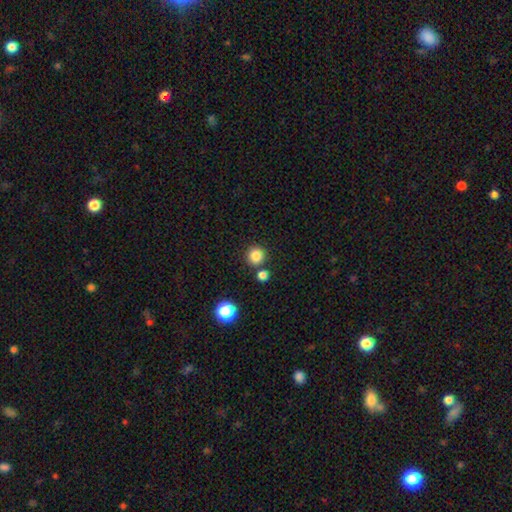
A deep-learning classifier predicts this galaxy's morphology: This appears to be a smooth galaxy with no disk features (84%) that is round (94%). Merging: none (81%).